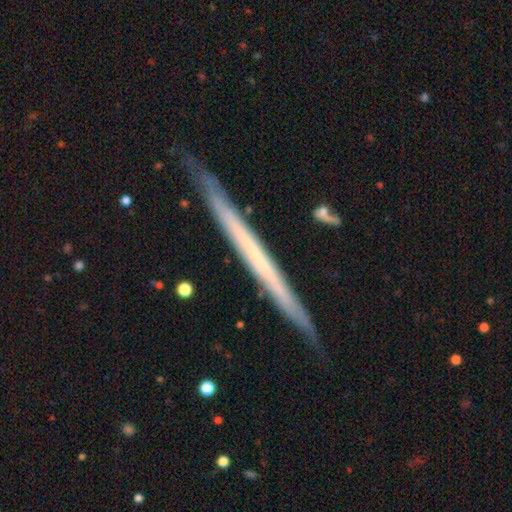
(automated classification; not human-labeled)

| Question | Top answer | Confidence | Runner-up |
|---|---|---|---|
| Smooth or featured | featured or disk | 65% | smooth (29%) |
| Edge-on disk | yes | 96% | no (4%) |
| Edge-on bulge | none | 91% | rounded (6%) |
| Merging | none | 86% | minor disturbance (11%) |